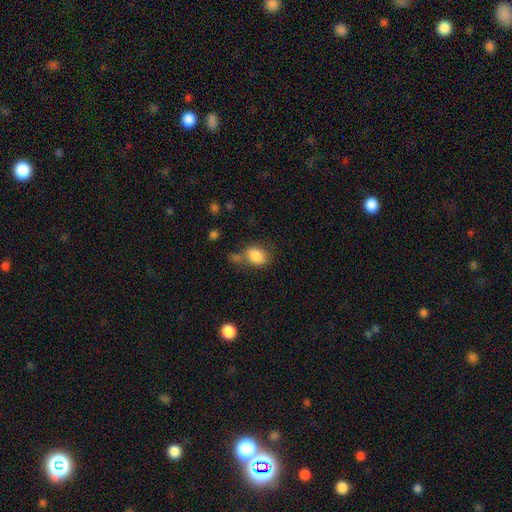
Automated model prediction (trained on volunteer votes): smooth-or-featured: smooth: 85% | star or artifact: 8% | featured or disk: 7%
  how-rounded: in between: 67% | round: 32% | cigar-shaped: 1%
  merging: none: 52% | merger: 20% | minor disturbance: 19% | major disturbance: 9%